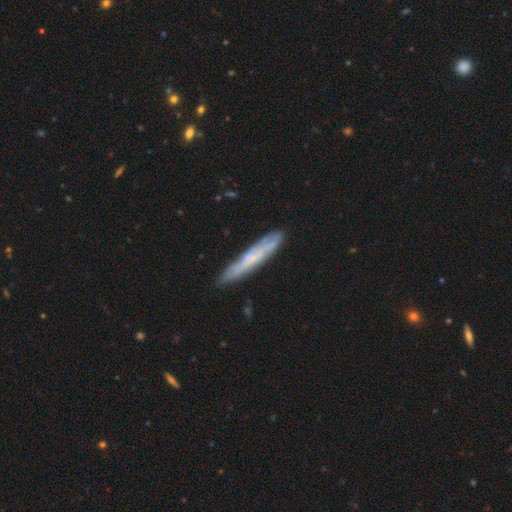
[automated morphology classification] This is possibly a featured or disk galaxy (49%). Merging: clearly none (82%).